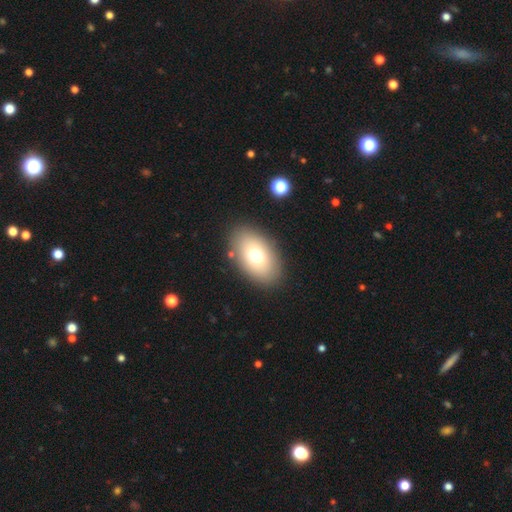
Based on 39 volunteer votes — This appears to be a smooth galaxy with no disk features (82%) that is in between round and cigar-shaped (84%). Merging: none (89%).